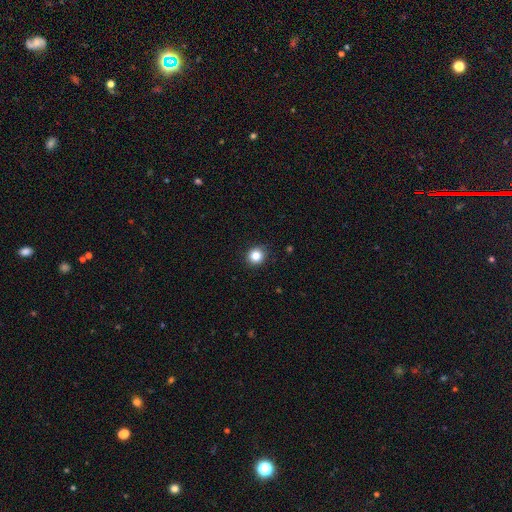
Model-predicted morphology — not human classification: smooth 84%, star or artifact 11%, featured or disk 5%. Down the decision tree: how rounded — round (88%); merging — none (90%).